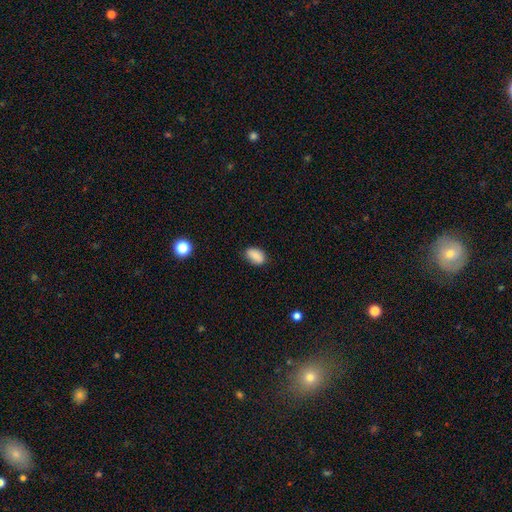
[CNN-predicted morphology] Smooth or featured? Predicted: smooth (p=0.86). How rounded? Predicted: in between (p=0.88). Merging? Predicted: none (p=0.81).